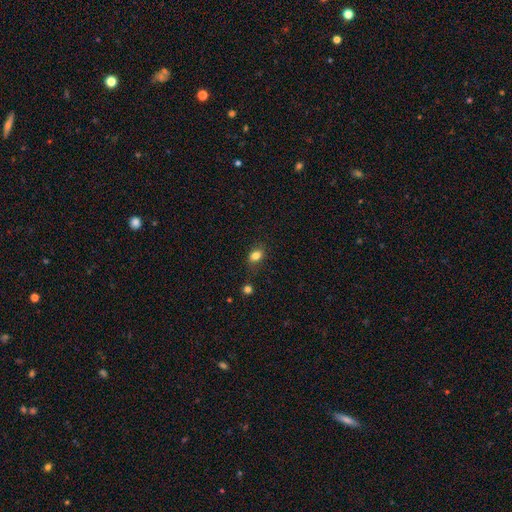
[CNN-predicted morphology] Smooth or featured?
  - smooth: 82% *
  - star or artifact: 11%
  - featured or disk: 7%
How rounded?
  - in between: 70% *
  - round: 29%
  - cigar-shaped: 2%
Merging?
  - none: 75% *
  - minor disturbance: 17%
  - major disturbance: 4%
  - merger: 4%